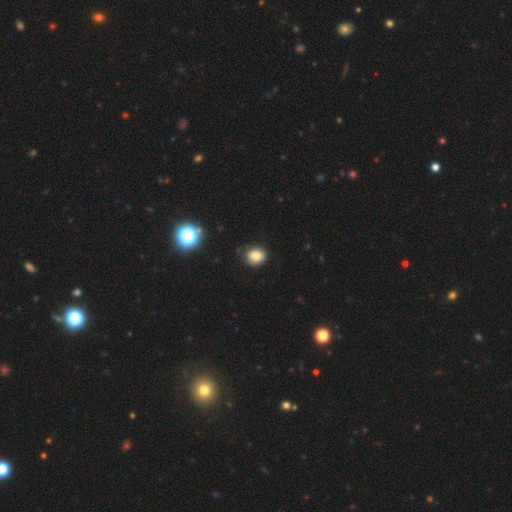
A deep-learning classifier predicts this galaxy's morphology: smooth 80%, star or artifact 11%, featured or disk 8%. Down the decision tree: how rounded — round (54%); merging — none (78%).